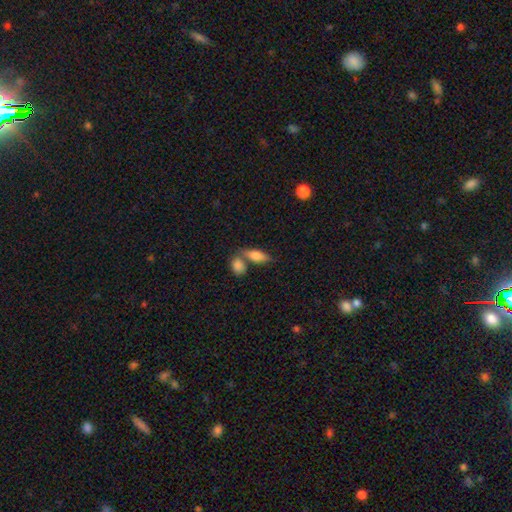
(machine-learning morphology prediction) A smooth galaxy with no disk features (78%) that is in between round and cigar-shaped (72%). Merging: none (48%).